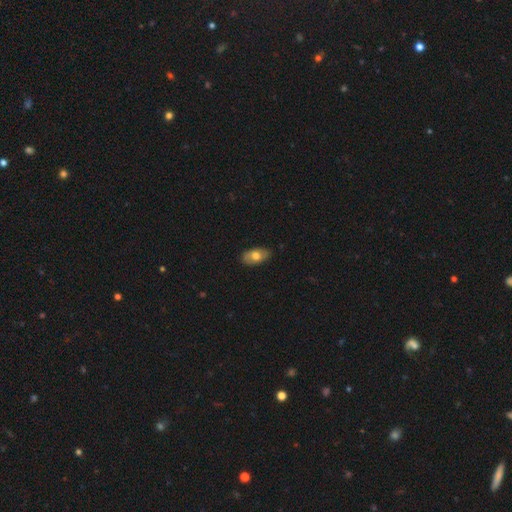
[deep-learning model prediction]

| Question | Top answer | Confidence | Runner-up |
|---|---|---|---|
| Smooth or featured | smooth | 67% | featured or disk (27%) |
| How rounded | in between | 92% | round (5%) |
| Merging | none | 85% | minor disturbance (12%) |